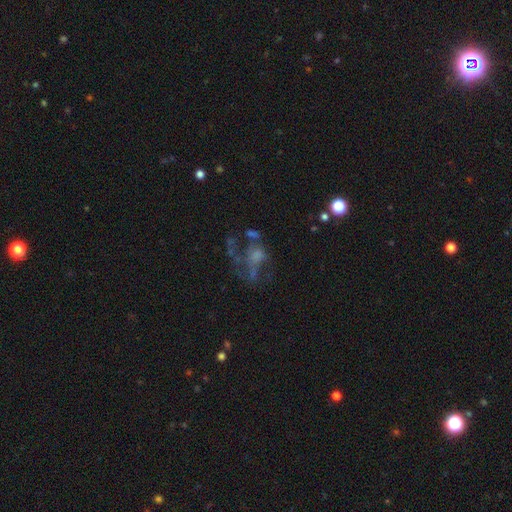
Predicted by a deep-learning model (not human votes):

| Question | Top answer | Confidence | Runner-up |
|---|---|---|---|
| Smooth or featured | featured or disk | 54% | star or artifact (25%) |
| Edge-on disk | no | 96% | yes (4%) |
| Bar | no | 85% | weak (13%) |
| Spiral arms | no | 68% | yes (32%) |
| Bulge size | none | 46% | small (25%) |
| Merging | major disturbance | 41% | none (35%) |